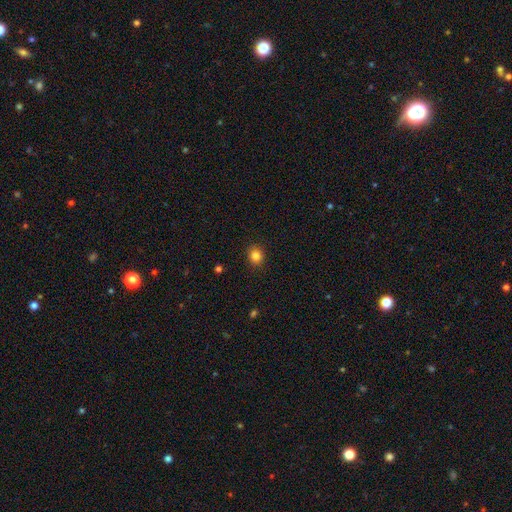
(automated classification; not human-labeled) smooth_or_featured: smooth (p=0.84) [alt: star or artifact p=0.12]
how_rounded: round (p=0.82) [alt: in between p=0.17]
merging: none (p=0.90) [alt: minor disturbance p=0.07]